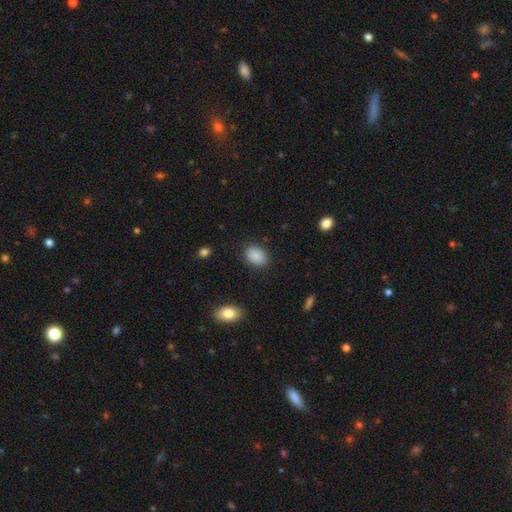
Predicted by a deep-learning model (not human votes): This is clearly a smooth galaxy (89%). How rounded: likely in between (80%). Merging: clearly none (86%).